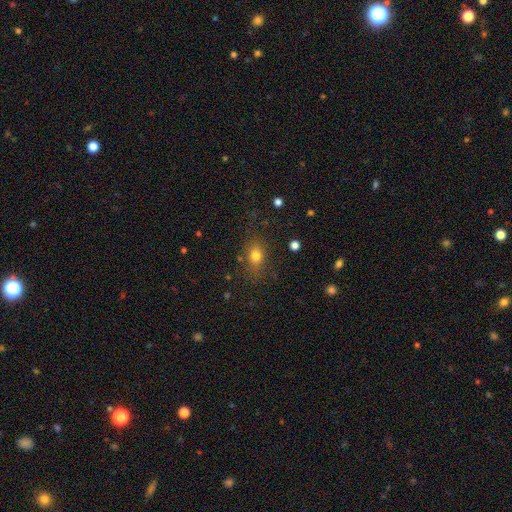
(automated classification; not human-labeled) smooth-or-featured: smooth: 76% | star or artifact: 14% | featured or disk: 10%
  how-rounded: in between: 59% | round: 38% | cigar-shaped: 3%
  merging: none: 76% | minor disturbance: 15% | major disturbance: 7% | merger: 2%